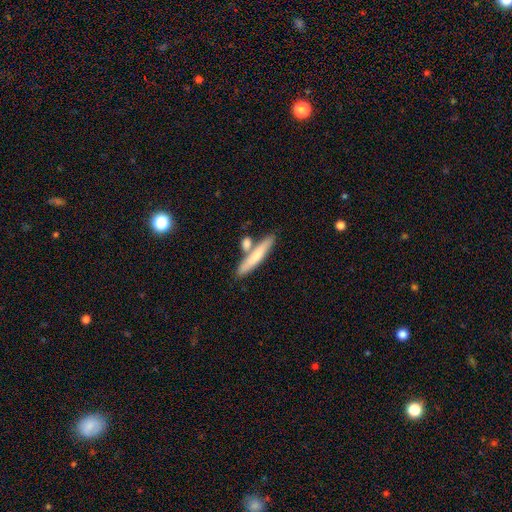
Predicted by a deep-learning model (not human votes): Smooth or featured?
  - smooth: 68% *
  - featured or disk: 26%
  - star or artifact: 6%
How rounded?
  - cigar-shaped: 86% *
  - in between: 11%
  - round: 3%
Merging?
  - none: 67% *
  - merger: 18%
  - minor disturbance: 12%
  - major disturbance: 3%